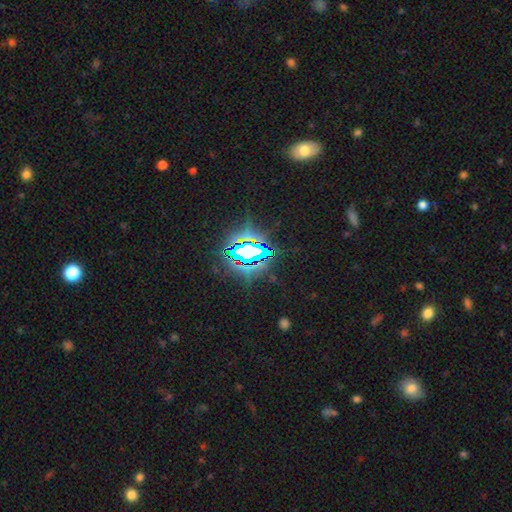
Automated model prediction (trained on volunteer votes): Q: Smooth or featured?
A: star or artifact (74%); runner-up: smooth (13%)